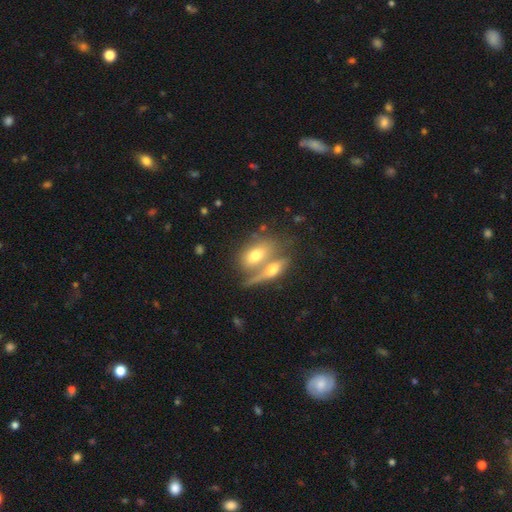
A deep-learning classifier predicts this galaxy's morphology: Overall: smooth (63%; featured or disk 29%). How rounded: in between (79%). Merging: merger (53%; none 33%).